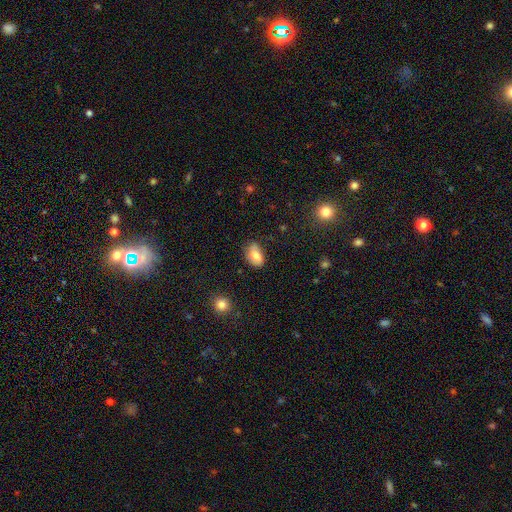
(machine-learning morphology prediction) smooth_or_featured: smooth (p=0.72) [alt: featured or disk p=0.20]
how_rounded: in between (p=0.90) [alt: round p=0.08]
merging: none (p=0.66) [alt: minor disturbance p=0.26]